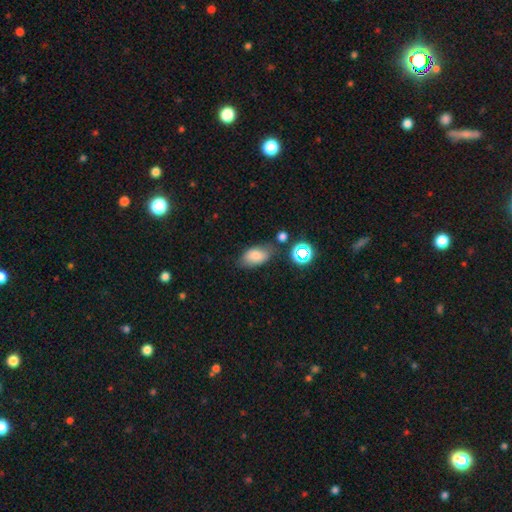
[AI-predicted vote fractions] A smooth galaxy with no disk features (77%) that is in between round and cigar-shaped (89%). Merging: none (64%).